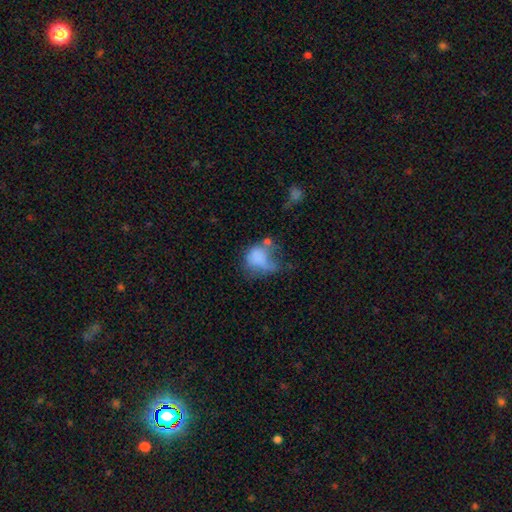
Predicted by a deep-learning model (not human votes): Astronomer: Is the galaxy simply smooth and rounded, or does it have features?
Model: smooth — 65%.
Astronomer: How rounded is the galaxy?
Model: in between — 60% (runner-up: round, 39%).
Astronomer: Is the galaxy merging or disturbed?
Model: major disturbance — 41% (runner-up: minor disturbance, 24%).